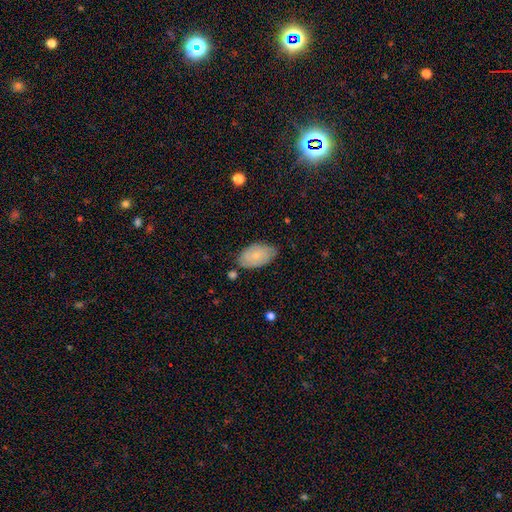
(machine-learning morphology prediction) Smooth or featured? Predicted: smooth (p=0.64). How rounded? Predicted: in between (p=0.93). Merging? Predicted: none (p=0.71).